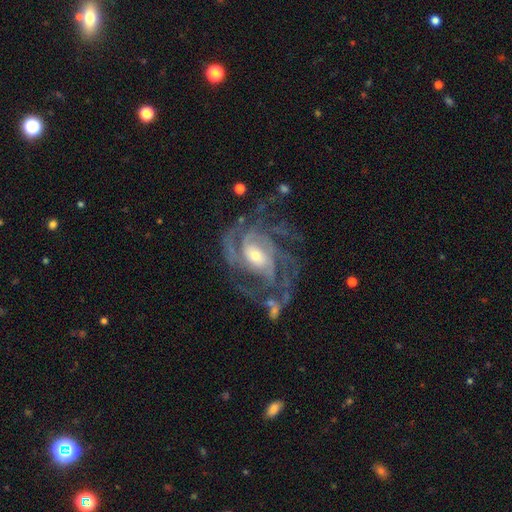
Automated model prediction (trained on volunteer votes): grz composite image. It shows a featured or disk galaxy (90%) with no bar (49%), 3 (26%) tight (50%) spiral arms (97%) and a small central bulge (48%). Merging: none (57%).